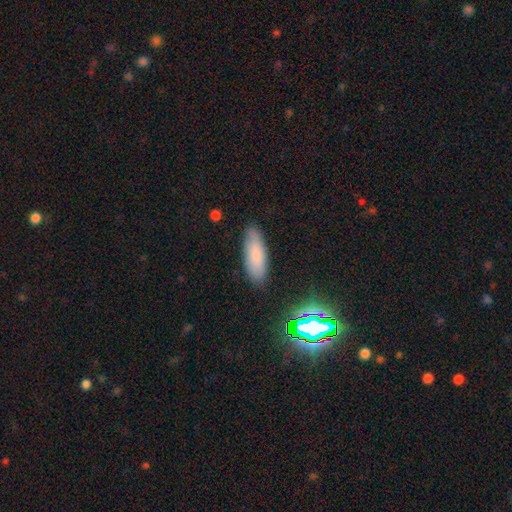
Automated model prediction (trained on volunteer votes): smooth_or_featured: smooth (p=0.79) [alt: featured or disk p=0.11]
how_rounded: in between (p=0.60) [alt: cigar-shaped p=0.38]
merging: none (p=0.86) [alt: minor disturbance p=0.11]